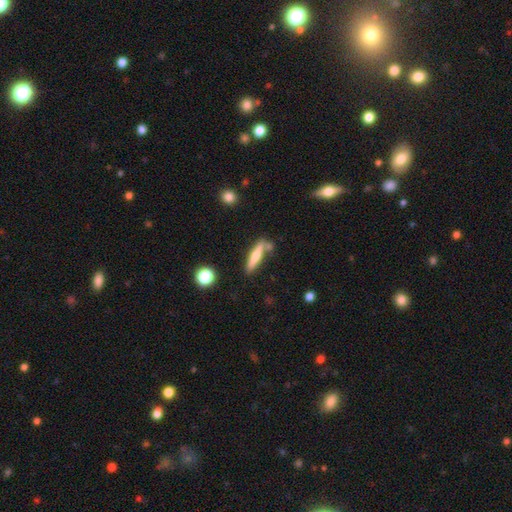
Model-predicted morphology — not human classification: The model was most divided on "smooth or featured": smooth: 51%, featured or disk: 42%, star or artifact: 7%. More confident: how rounded — cigar-shaped (85%); merging — none (70%).